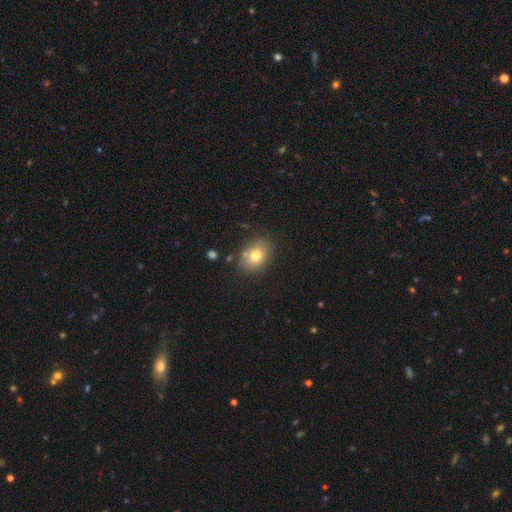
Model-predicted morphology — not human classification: Smooth or featured? Predicted: smooth (p=0.75). How rounded? Predicted: in between (p=0.68). Merging? Predicted: none (p=0.78).